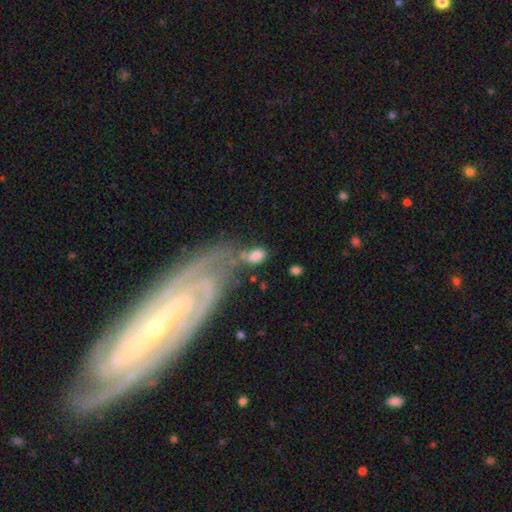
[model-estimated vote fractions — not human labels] Smooth or featured? smooth (75%)
How rounded? in between (84%)
Merging? none (44%)